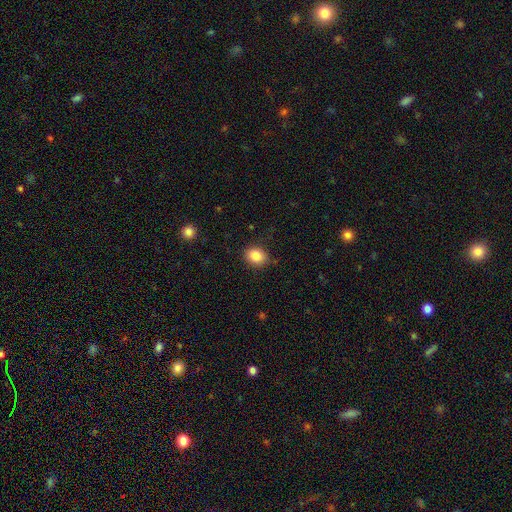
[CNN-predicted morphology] This is clearly a smooth galaxy (86%). How rounded: possibly round (52%). Merging: clearly none (85%).